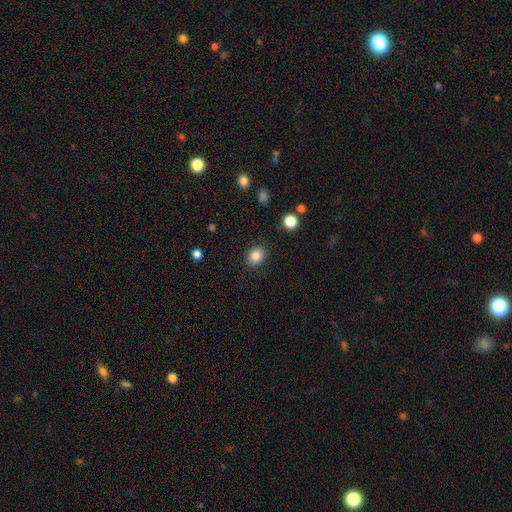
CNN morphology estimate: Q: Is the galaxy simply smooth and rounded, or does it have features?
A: smooth — 85%.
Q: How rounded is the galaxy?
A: round — 56%.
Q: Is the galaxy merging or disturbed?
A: none — 87%.